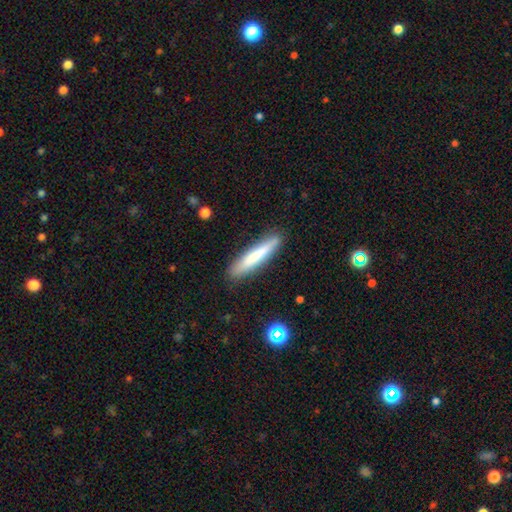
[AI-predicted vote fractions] The model was most divided on "smooth or featured": smooth: 71%, featured or disk: 23%, star or artifact: 6%. More confident: how rounded — cigar-shaped (92%); merging — none (86%).